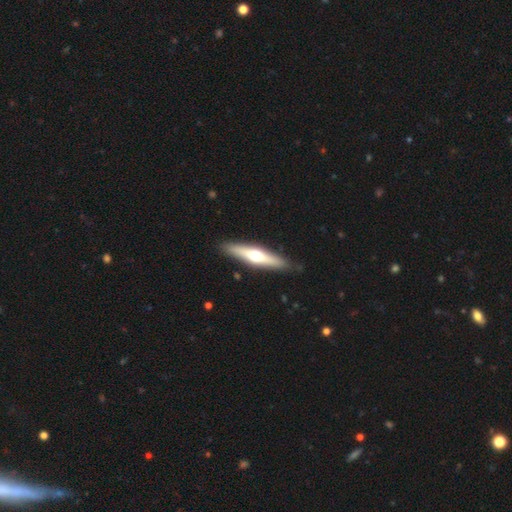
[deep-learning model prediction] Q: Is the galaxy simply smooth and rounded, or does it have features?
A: featured or disk — 53%.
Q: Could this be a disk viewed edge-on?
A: yes — 92%.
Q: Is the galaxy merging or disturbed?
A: none — 89%.